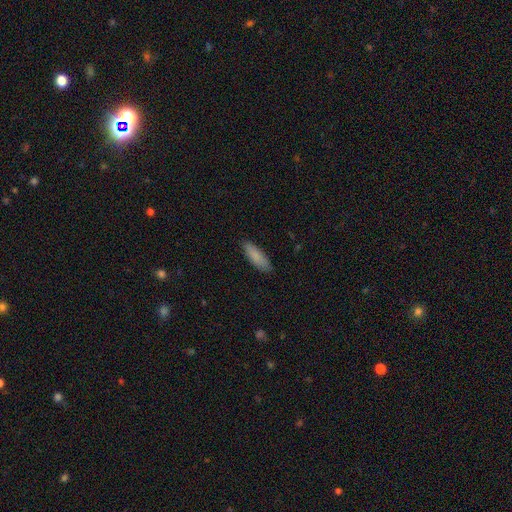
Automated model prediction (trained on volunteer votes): Smooth or featured? smooth (86%)
How rounded? in between (51%)
Merging? none (86%)